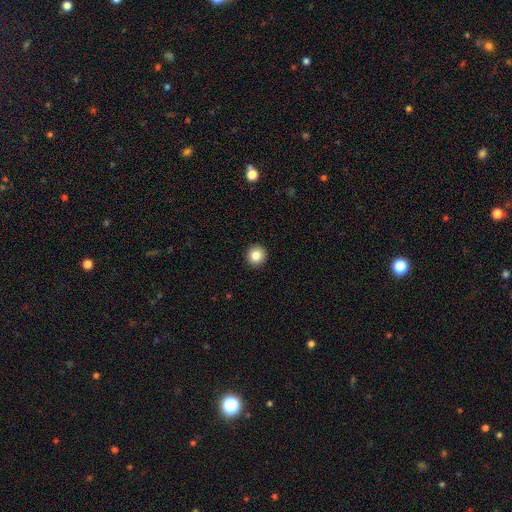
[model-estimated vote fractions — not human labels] The model was most divided on "smooth or featured": smooth: 84%, star or artifact: 10%, featured or disk: 6%. More confident: how rounded — round (95%); merging — none (93%).